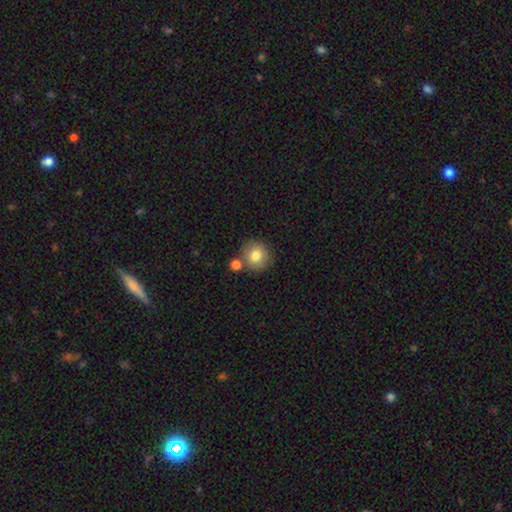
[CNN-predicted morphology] This is clearly a smooth galaxy (81%). How rounded: clearly round (89%). Merging: likely none (71%).